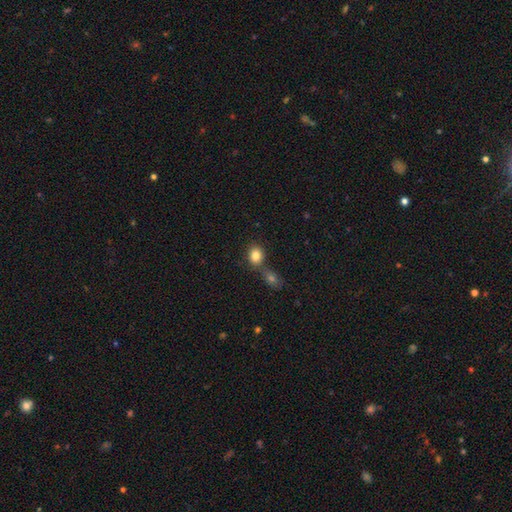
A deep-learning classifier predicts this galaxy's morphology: This is clearly a smooth galaxy (83%). How rounded: possibly round (58%). Merging: possibly none (55%).